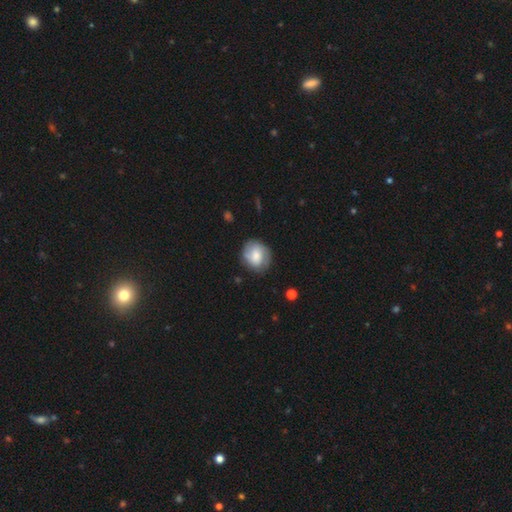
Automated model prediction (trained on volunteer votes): smooth-or-featured: smooth: 54% | featured or disk: 38% | star or artifact: 8%
  how-rounded: round: 72% | in between: 27% | cigar-shaped: 1%
  merging: none: 74% | minor disturbance: 19% | major disturbance: 6% | merger: 2%